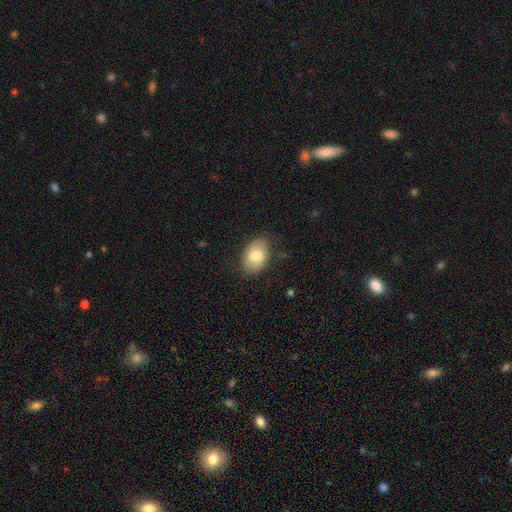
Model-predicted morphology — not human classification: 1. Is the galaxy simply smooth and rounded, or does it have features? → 76% smooth, 18% featured or disk, 7% star or artifact.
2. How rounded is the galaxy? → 85% in between, 14% round, 1% cigar-shaped.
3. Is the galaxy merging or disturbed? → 76% none, 18% minor disturbance, 5% major disturbance, 1% merger.